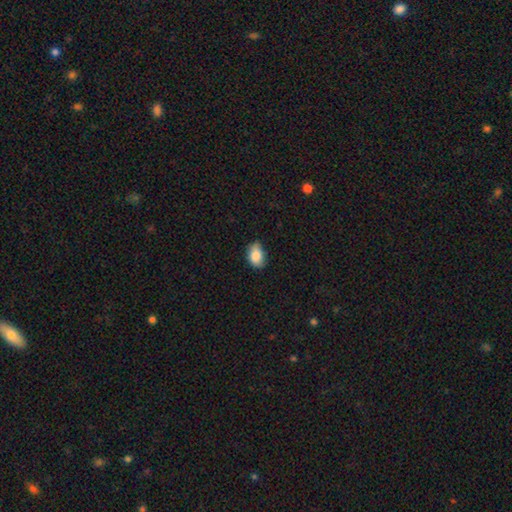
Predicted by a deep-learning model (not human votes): This is clearly a smooth galaxy (85%). How rounded: likely in between (79%). Merging: possibly none (55%).